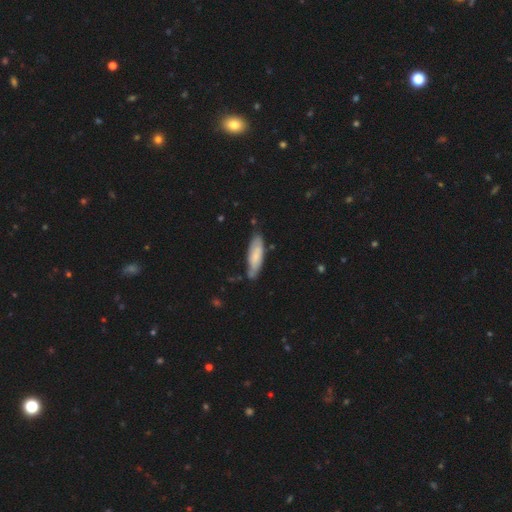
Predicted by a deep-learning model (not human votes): This is likely a smooth galaxy (67%). How rounded: possibly cigar-shaped (51%). Merging: likely none (66%).